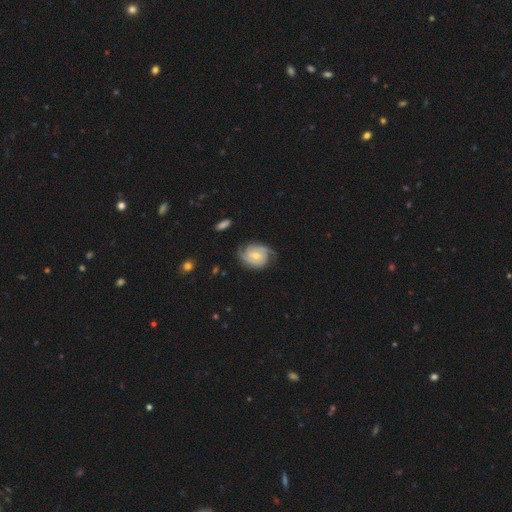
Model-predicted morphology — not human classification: featured or disk 84%, smooth 11%, star or artifact 5%. Down the decision tree: edge-on disk — no (98%); bar — no (64%); spiral arms — yes (96%); spiral arm count — 2 (43%); spiral winding — tight (57%); bulge size — moderate (51%); merging — none (70%).